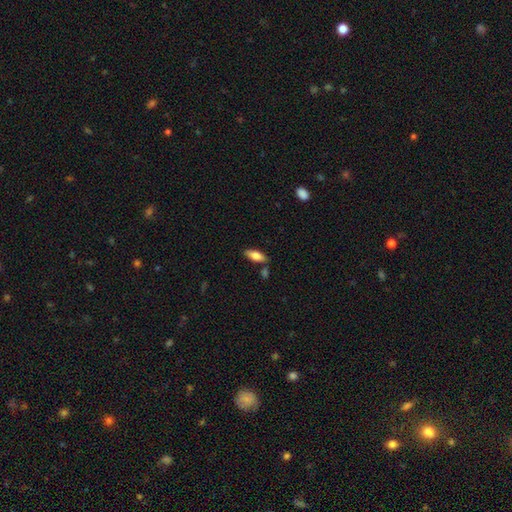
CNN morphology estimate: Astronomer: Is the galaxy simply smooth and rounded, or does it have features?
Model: smooth — 78%.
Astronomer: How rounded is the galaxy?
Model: in between — 77%.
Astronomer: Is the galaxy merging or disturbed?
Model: none — 77%.